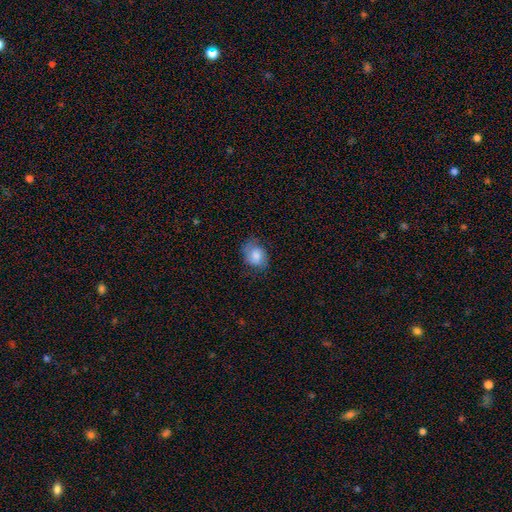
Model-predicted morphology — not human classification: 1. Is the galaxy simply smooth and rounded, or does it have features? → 68% smooth, 23% featured or disk, 8% star or artifact.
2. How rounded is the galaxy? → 60% in between, 39% round, 1% cigar-shaped.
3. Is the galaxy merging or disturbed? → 64% none, 26% minor disturbance, 10% major disturbance, 1% merger.